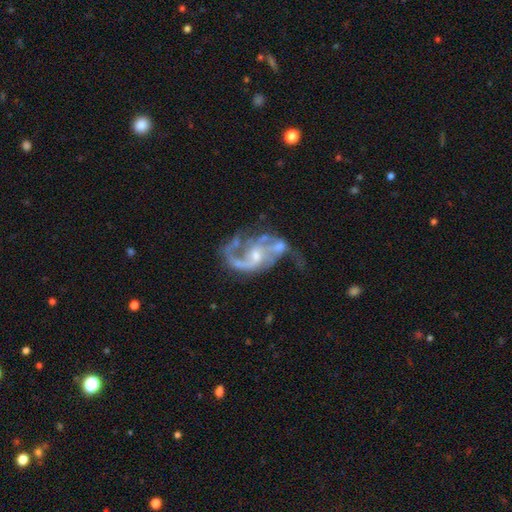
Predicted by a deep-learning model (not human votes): A featured or disk galaxy (88%) with no bar (48%), 2 (69%) loose (46%) spiral arms (93%) and a small central bulge (52%). Merging: none (35%).